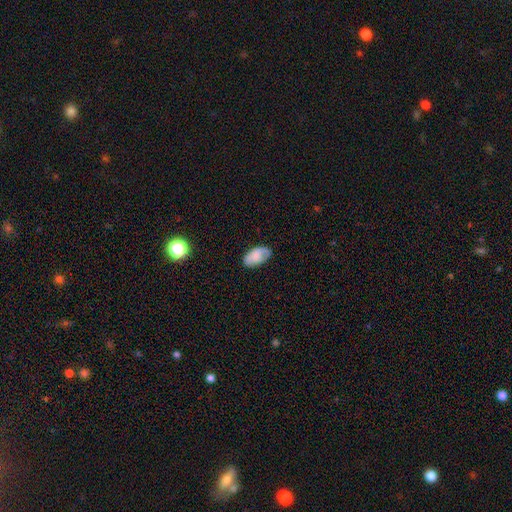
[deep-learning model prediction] Smooth or featured? smooth (77%)
How rounded? in between (94%)
Merging? none (70%)